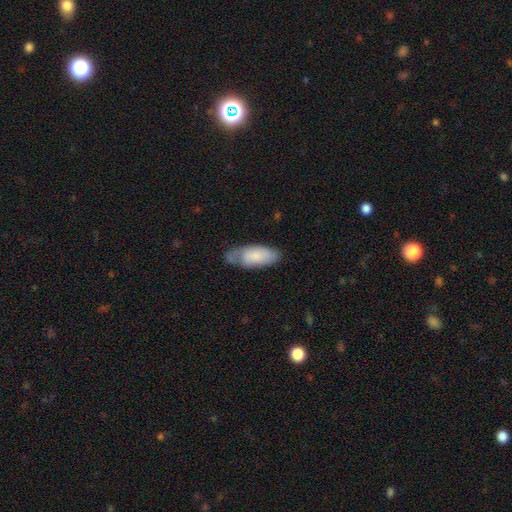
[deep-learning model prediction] smooth 75%, featured or disk 19%, star or artifact 6%. Down the decision tree: how rounded — in between (77%); merging — none (54%).